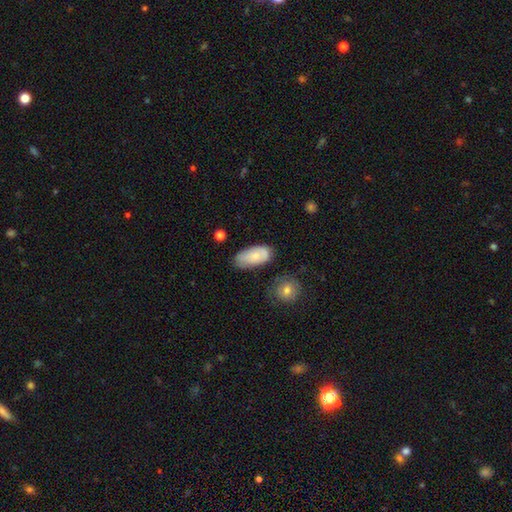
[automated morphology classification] Smooth or featured? Predicted: smooth (p=0.71). How rounded? Predicted: in between (p=0.92). Merging? Predicted: none (p=0.63).